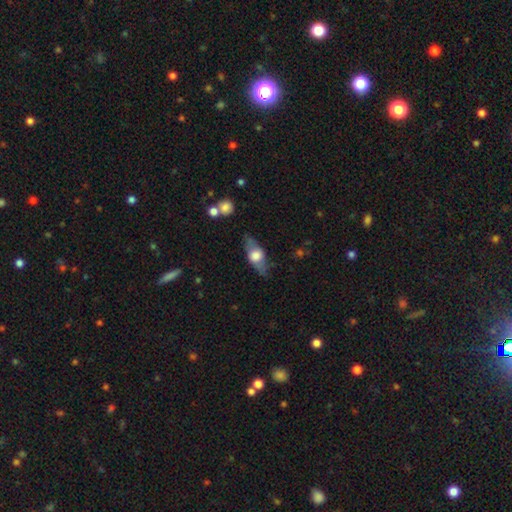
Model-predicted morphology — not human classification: smooth_or_featured: featured or disk (p=0.49) [alt: smooth p=0.45]
merging: none (p=0.72) [alt: minor disturbance p=0.18]